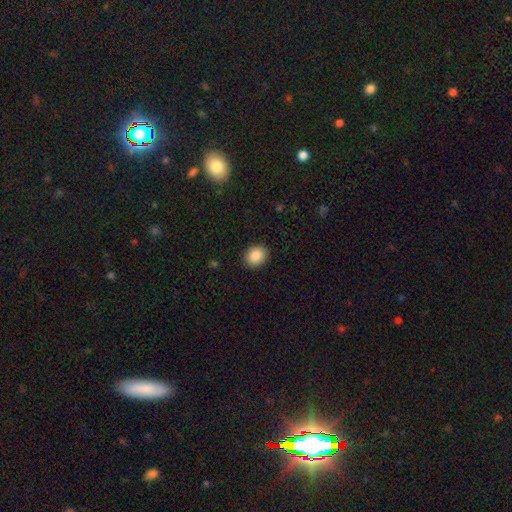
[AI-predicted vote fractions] Smooth or featured: smooth — 88% (star or artifact — 8%)
How rounded: round — 59% (in between — 40%)
Merging: none — 90% (minor disturbance — 7%)